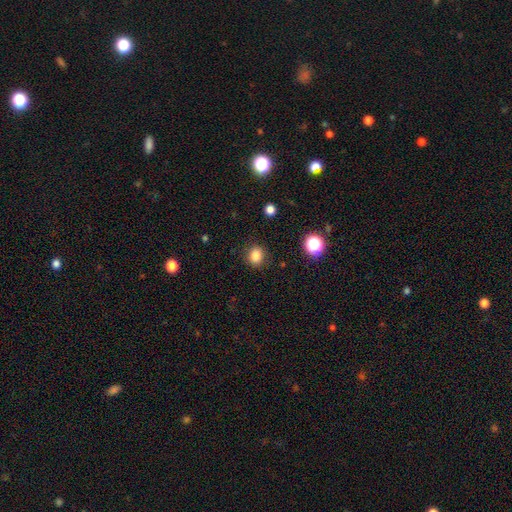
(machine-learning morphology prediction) A smooth galaxy with no disk features (84%) that is round (66%).

Vote fractions:
- Smooth or featured? smooth: 84% / star or artifact: 12% / featured or disk: 4%
- How rounded? round: 66% / in between: 33% / cigar-shaped: 1%
- Merging? none: 87% / minor disturbance: 9% / major disturbance: 3% / merger: 1%